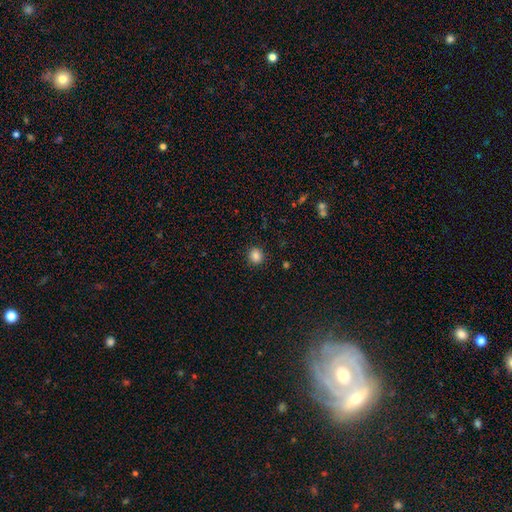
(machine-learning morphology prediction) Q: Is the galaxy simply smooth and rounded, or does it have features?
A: smooth — 84%.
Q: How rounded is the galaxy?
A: round — 84%.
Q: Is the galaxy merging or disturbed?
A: none — 91%.